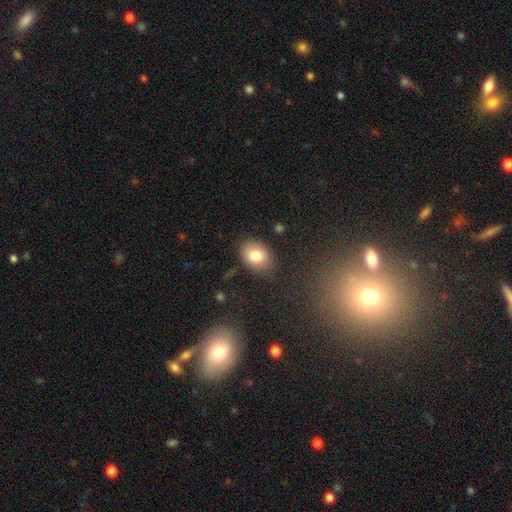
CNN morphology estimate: The model was most divided on "how rounded": in between: 74%, round: 24%, cigar-shaped: 1%. More confident: merging — none (82%); smooth or featured — smooth (82%).